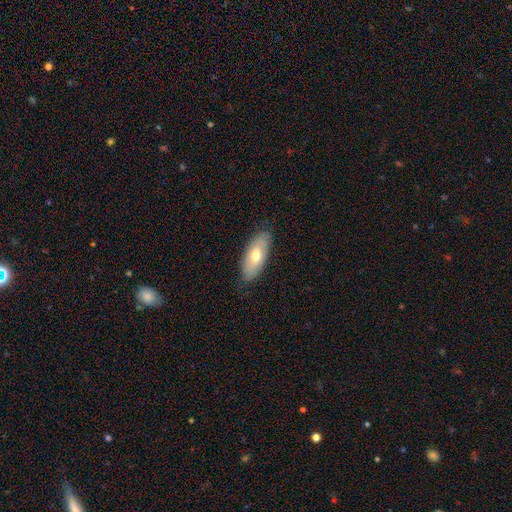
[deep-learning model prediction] smooth 61%, featured or disk 33%, star or artifact 6%. Down the decision tree: how rounded — in between (83%); merging — none (83%).